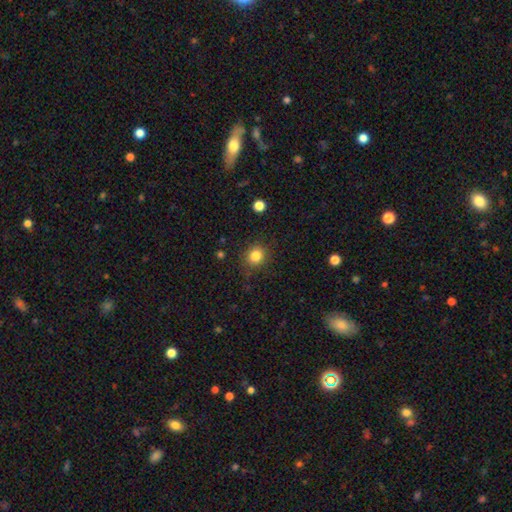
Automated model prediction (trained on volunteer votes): A smooth galaxy with no disk features (83%) that is round (83%).

Vote fractions:
- Smooth or featured? smooth: 83% / star or artifact: 12% / featured or disk: 6%
- How rounded? round: 83% / in between: 16% / cigar-shaped: 1%
- Merging? none: 85% / minor disturbance: 10% / major disturbance: 3% / merger: 2%